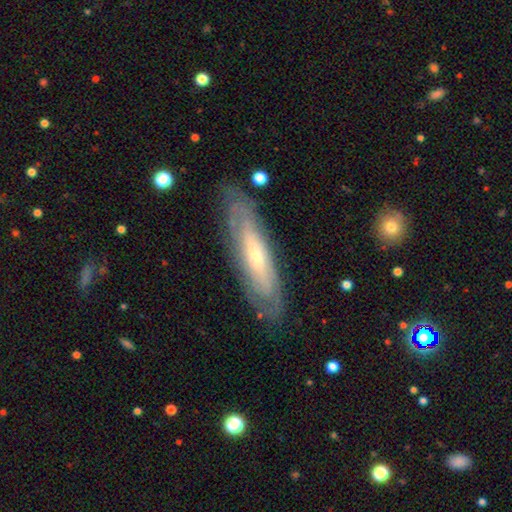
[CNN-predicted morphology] featured or disk 69%, smooth 25%, star or artifact 6%. Down the decision tree: edge-on disk — no (65%); merging — none (79%).